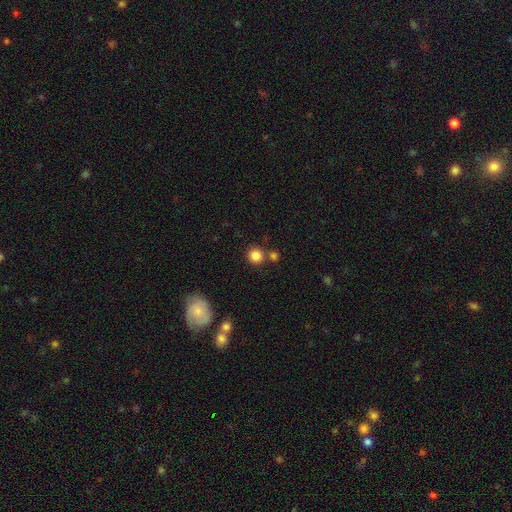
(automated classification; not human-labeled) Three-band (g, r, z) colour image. It shows a smooth galaxy with no disk features (84%) that is round (91%). Merging: none (76%).